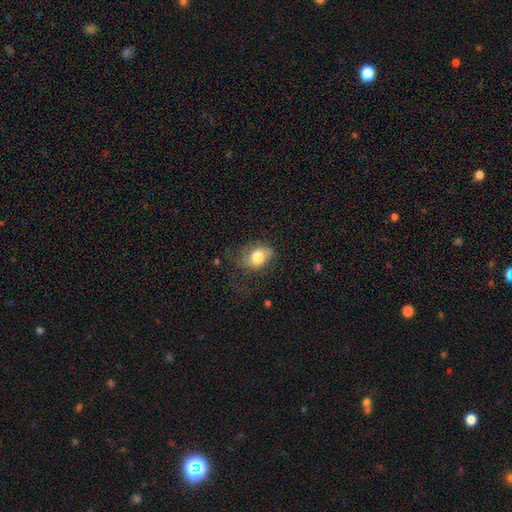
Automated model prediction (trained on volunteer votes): smooth_or_featured: smooth (p=0.68) [alt: featured or disk p=0.24]
how_rounded: in between (p=0.67) [alt: round p=0.32]
merging: none (p=0.44) [alt: minor disturbance p=0.29]